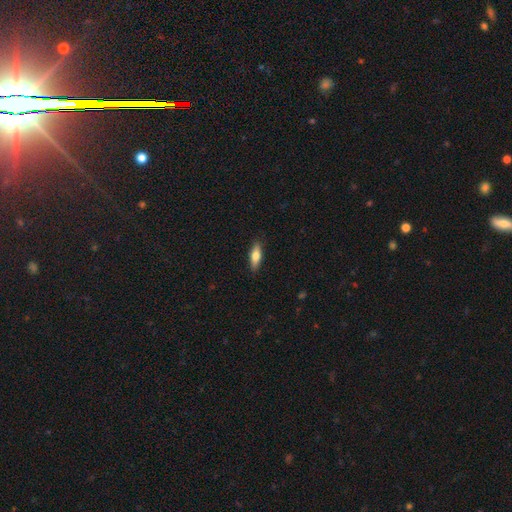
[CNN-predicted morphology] smooth_or_featured: smooth (p=0.69) [alt: featured or disk p=0.25]
how_rounded: in between (p=0.51) [alt: cigar-shaped p=0.47]
merging: none (p=0.88) [alt: minor disturbance p=0.09]